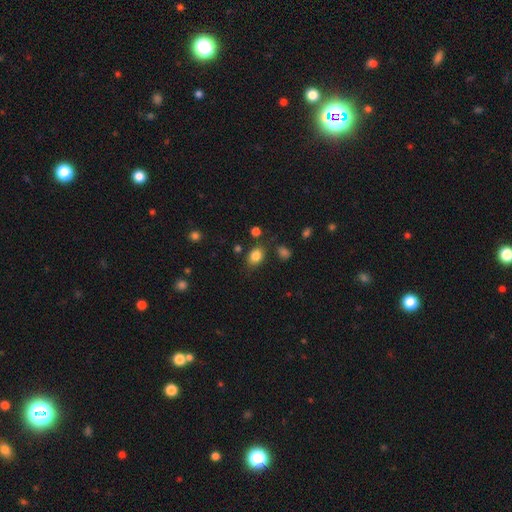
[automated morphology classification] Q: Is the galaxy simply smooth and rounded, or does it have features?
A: smooth — 83%.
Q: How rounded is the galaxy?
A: in between — 70%.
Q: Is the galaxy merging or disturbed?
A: none — 76%.